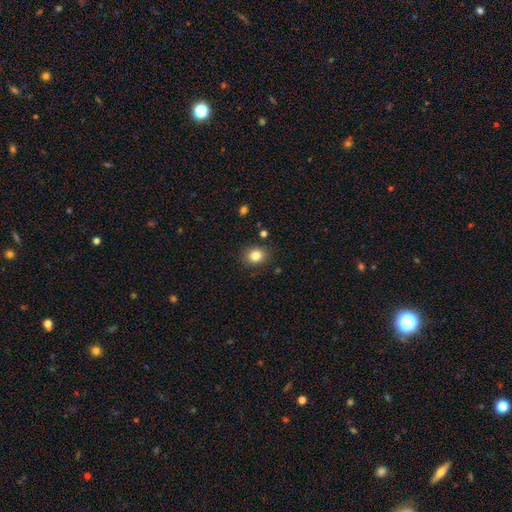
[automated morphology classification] This appears to be a smooth galaxy with no disk features (83%) that is round (65%). Merging: none (87%).